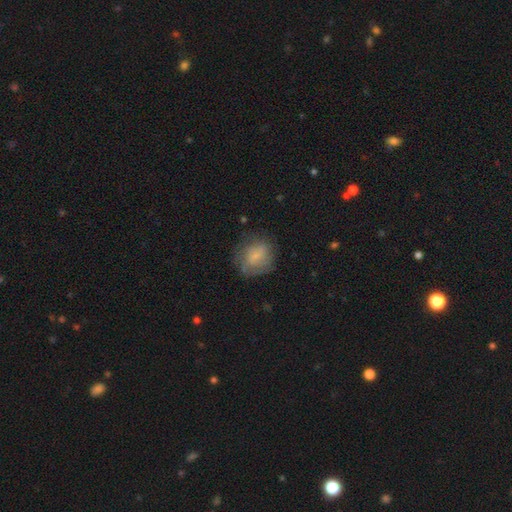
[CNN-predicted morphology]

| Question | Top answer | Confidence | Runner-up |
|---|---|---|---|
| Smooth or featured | smooth | 57% | featured or disk (34%) |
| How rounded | round | 72% | in between (27%) |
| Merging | none | 65% | minor disturbance (21%) |